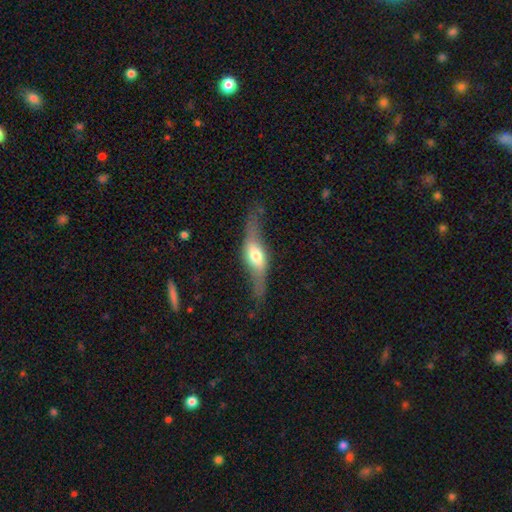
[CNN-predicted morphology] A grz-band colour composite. It shows a featured or disk galaxy (65%) viewed edge-on (69%). Merging: none (65%).